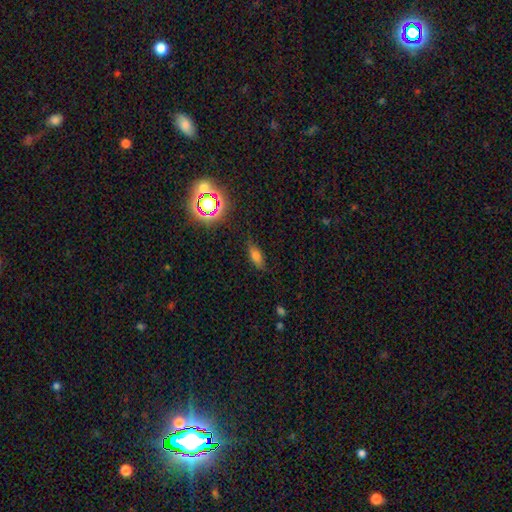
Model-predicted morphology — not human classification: smooth-or-featured: smooth: 69% | star or artifact: 17% | featured or disk: 13%
  how-rounded: in between: 73% | cigar-shaped: 22% | round: 4%
  merging: none: 78% | minor disturbance: 16% | major disturbance: 4% | merger: 2%